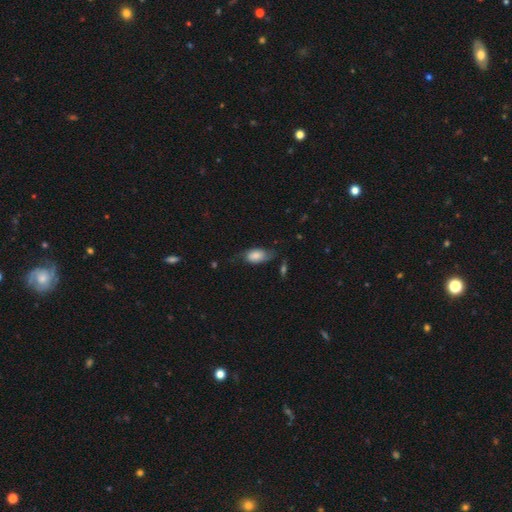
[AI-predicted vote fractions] A smooth galaxy with no disk features (70%) that is in between round and cigar-shaped (90%).

Vote fractions:
- Smooth or featured? smooth: 70% / featured or disk: 22% / star or artifact: 8%
- How rounded? in between: 90% / round: 5% / cigar-shaped: 4%
- Merging? none: 50% / minor disturbance: 33% / major disturbance: 15% / merger: 3%